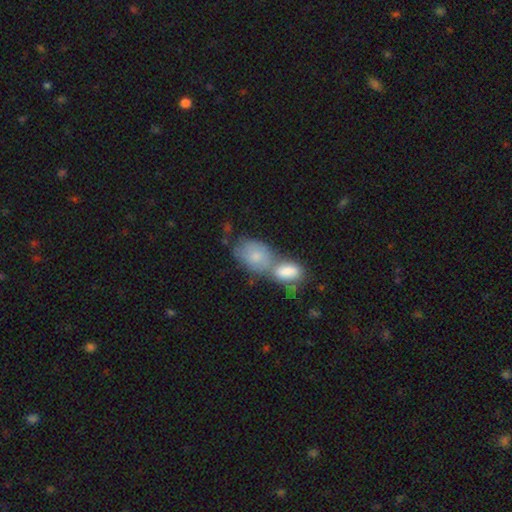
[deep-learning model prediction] smooth 71%, featured or disk 22%, star or artifact 6%. Down the decision tree: how rounded — in between (87%); merging — merger (64%).